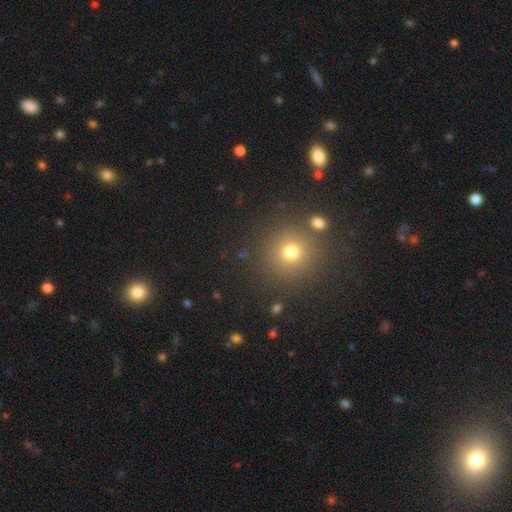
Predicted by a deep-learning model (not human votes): Morphology: type=smooth (54%); roundness=round (93%); merging=none (88%).